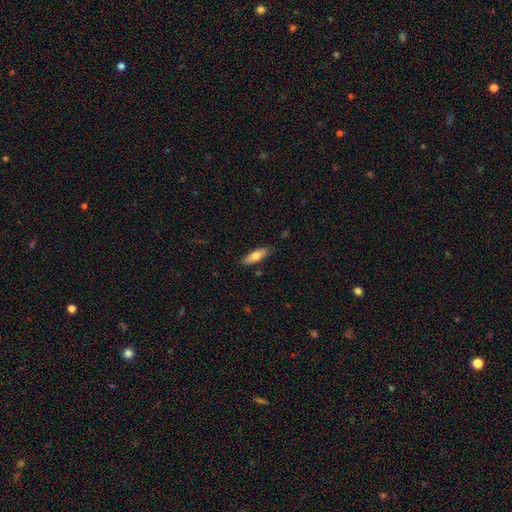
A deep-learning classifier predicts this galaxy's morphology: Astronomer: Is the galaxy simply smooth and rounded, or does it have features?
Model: smooth — 74%.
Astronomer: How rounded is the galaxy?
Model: in between — 59% (runner-up: cigar-shaped, 39%).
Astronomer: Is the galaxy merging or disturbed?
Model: none — 85%.